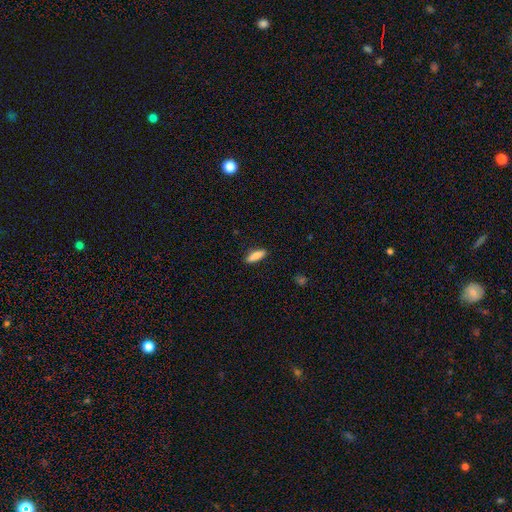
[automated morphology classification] Smooth or featured?
  - smooth: 86% *
  - featured or disk: 7%
  - star or artifact: 6%
How rounded?
  - in between: 54% *
  - cigar-shaped: 44%
  - round: 2%
Merging?
  - none: 88% *
  - minor disturbance: 9%
  - major disturbance: 2%
  - merger: 1%